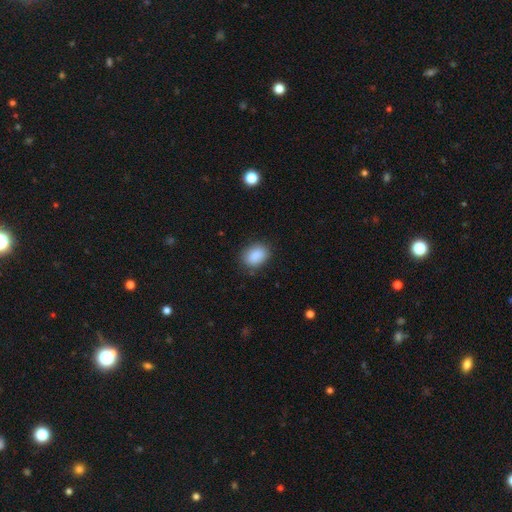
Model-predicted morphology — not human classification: smooth 89%, star or artifact 8%, featured or disk 4%. Down the decision tree: how rounded — in between (67%); merging — none (84%).